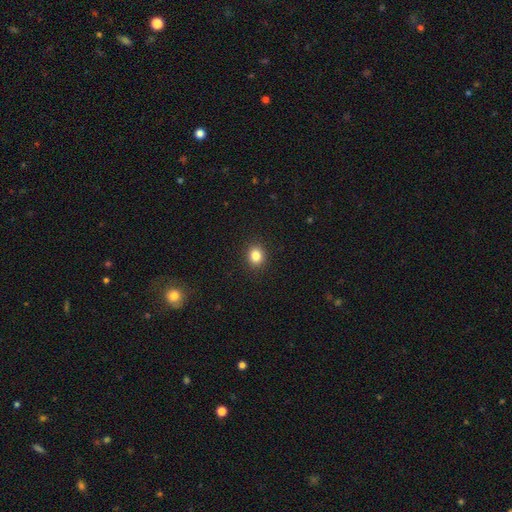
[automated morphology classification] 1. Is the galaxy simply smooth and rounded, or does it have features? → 84% smooth, 11% star or artifact, 5% featured or disk.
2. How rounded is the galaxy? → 73% round, 26% in between, 1% cigar-shaped.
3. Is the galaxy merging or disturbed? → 91% none, 6% minor disturbance, 2% major disturbance, 1% merger.